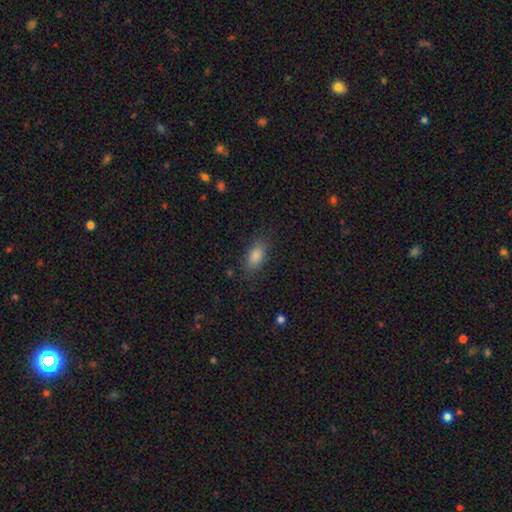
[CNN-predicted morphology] This is clearly a smooth galaxy (82%). How rounded: clearly in between (85%). Merging: clearly none (83%).